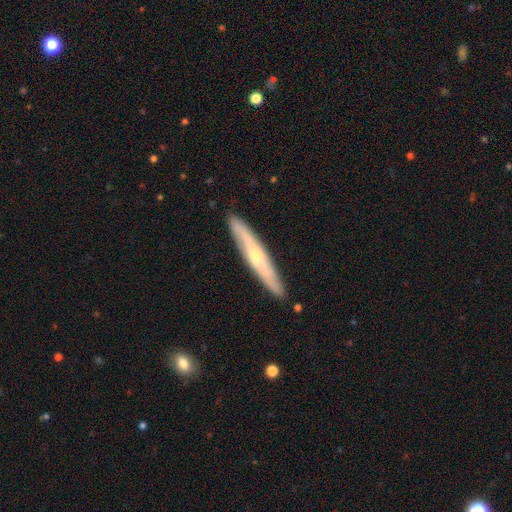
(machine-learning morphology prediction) Smooth or featured: featured or disk — 56% (smooth — 39%)
Edge-on disk: yes — 82% (no — 18%)
Merging: none — 89% (minor disturbance — 8%)